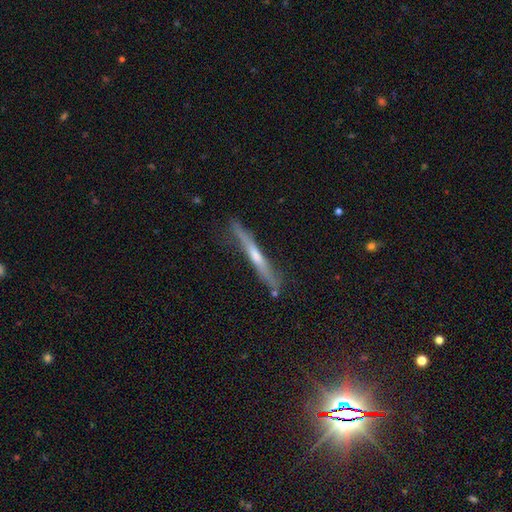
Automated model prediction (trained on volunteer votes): A featured or disk galaxy (58%) viewed edge-on (94%) with no central bulge (47%).

Vote fractions:
- Smooth or featured? featured or disk: 58% / smooth: 36% / star or artifact: 6%
- Edge-on disk? yes: 94% / no: 6%
- Edge-on bulge? none: 47% / rounded: 41% / boxy: 13%
- Merging? none: 76% / minor disturbance: 18% / major disturbance: 4% / merger: 3%